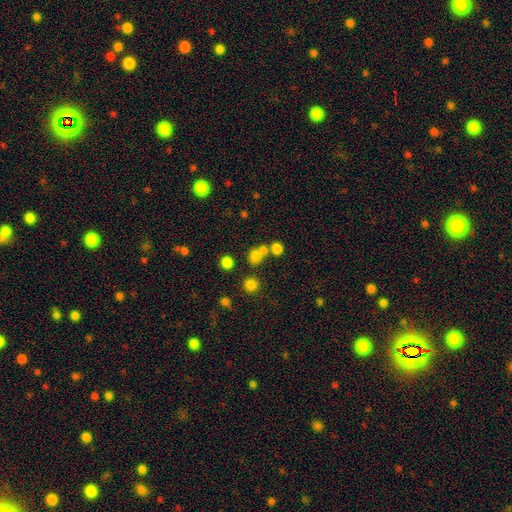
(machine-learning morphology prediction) This appears to be a smooth galaxy with no disk features (71%) that is round (78%). Merging: none (54%).